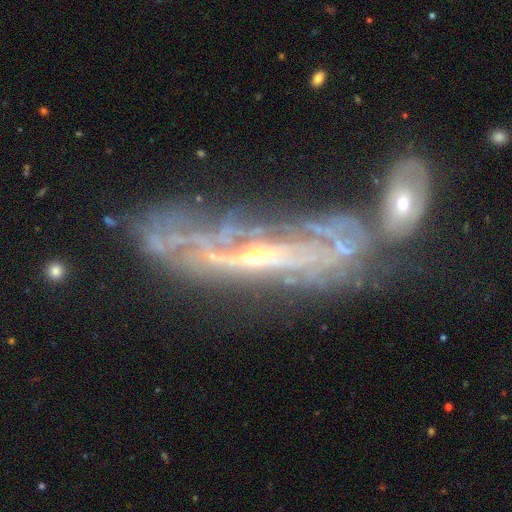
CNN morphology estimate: The model was most divided on "merging": merger: 38%, none: 27%, major disturbance: 18%, minor disturbance: 16%. More confident: smooth or featured — featured or disk (76%); edge-on disk — no (62%).